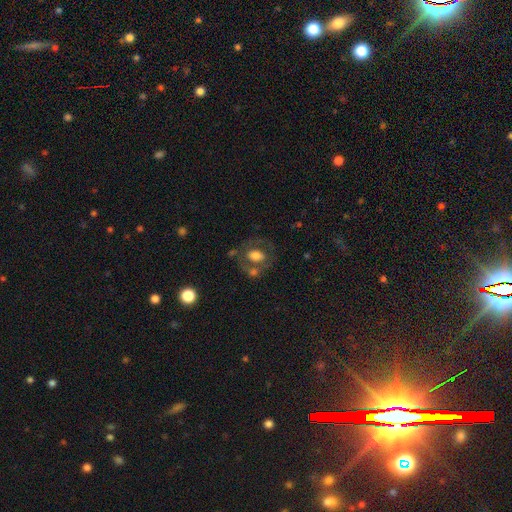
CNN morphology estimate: This is possibly a smooth galaxy (54%). How rounded: likely in between (65%). Merging: possibly none (58%).